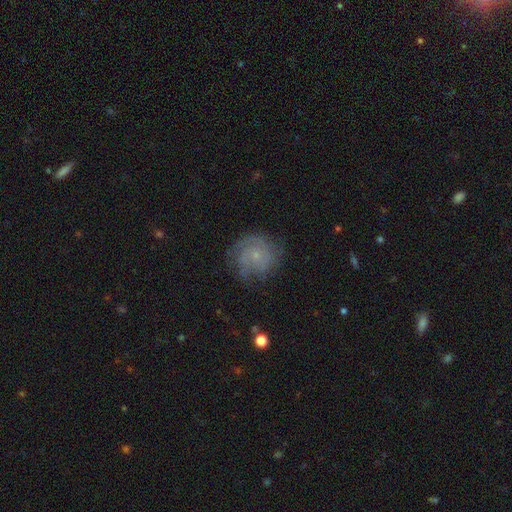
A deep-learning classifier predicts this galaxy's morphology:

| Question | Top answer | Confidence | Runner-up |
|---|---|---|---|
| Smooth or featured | featured or disk | 65% | smooth (26%) |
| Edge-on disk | no | 98% | yes (2%) |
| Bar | no | 81% | weak (16%) |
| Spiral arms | yes | 88% | no (12%) |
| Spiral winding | tight | 59% | medium (30%) |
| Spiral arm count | can't tell | 39% | 2 (22%) |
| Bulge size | small | 78% | moderate (12%) |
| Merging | none | 68% | minor disturbance (20%) |